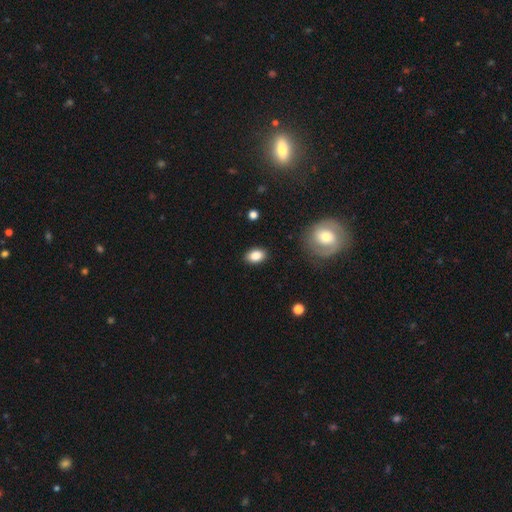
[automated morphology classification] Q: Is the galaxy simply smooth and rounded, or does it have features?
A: smooth — 86%.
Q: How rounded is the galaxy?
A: in between — 86%.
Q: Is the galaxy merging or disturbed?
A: none — 88%.